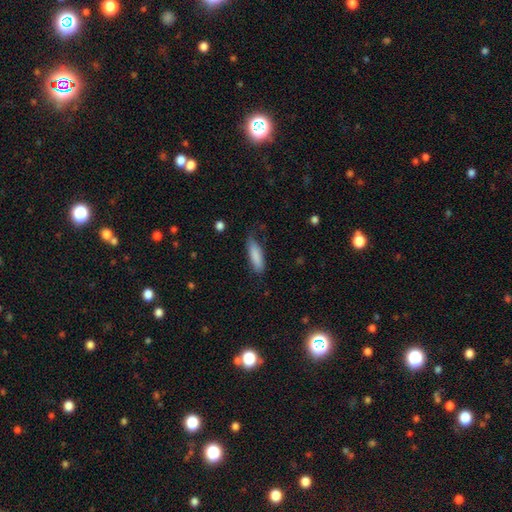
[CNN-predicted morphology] Smooth or featured? Predicted: smooth (p=0.86). How rounded? Predicted: cigar-shaped (p=0.52). Merging? Predicted: none (p=0.70).